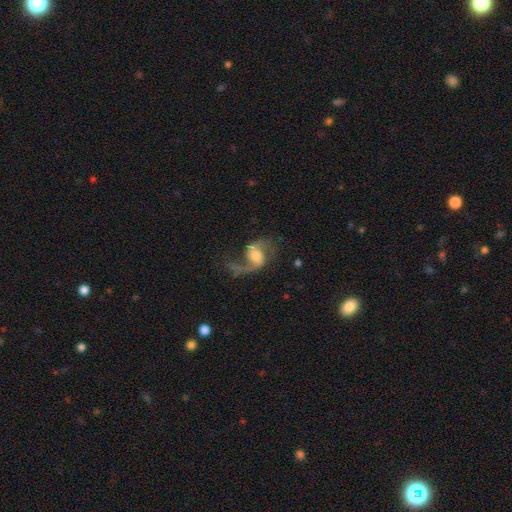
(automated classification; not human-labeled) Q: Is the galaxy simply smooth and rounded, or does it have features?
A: featured or disk — 83%.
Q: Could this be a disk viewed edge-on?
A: no — 97%.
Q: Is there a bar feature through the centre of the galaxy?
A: weak — 45%.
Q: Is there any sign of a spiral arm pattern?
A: yes — 95%.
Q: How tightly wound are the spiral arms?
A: loose — 71%.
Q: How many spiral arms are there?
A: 2 — 77%.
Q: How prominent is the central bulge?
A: moderate — 60%.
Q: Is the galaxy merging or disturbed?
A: none — 52%.